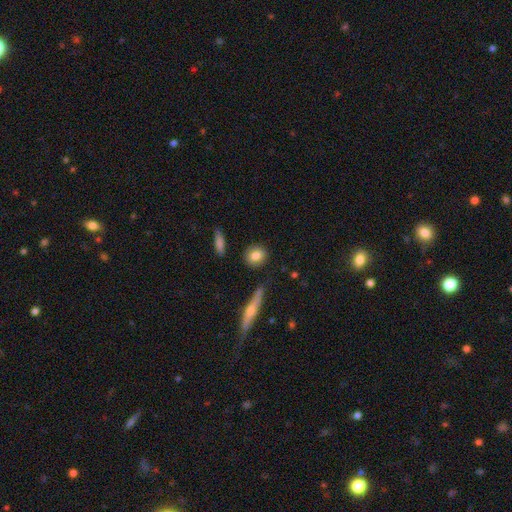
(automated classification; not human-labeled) Smooth or featured?
  - smooth: 81% *
  - featured or disk: 12%
  - star or artifact: 7%
How rounded?
  - round: 67% *
  - in between: 29%
  - cigar-shaped: 4%
Merging?
  - none: 86% *
  - minor disturbance: 9%
  - merger: 3%
  - major disturbance: 2%